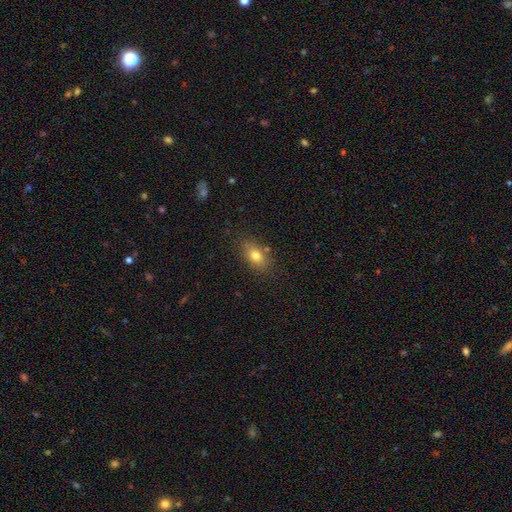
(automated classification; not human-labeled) Q: Smooth or featured?
A: smooth (78%); runner-up: featured or disk (12%)
Q: How rounded?
A: in between (83%); runner-up: round (13%)
Q: Merging?
A: none (78%); runner-up: minor disturbance (14%)